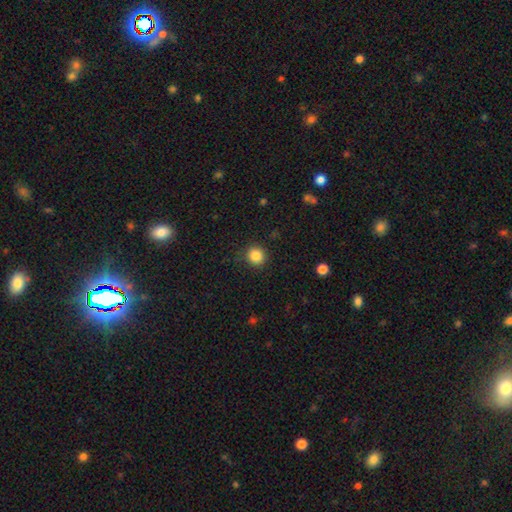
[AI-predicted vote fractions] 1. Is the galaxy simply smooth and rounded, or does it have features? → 85% smooth, 11% star or artifact, 4% featured or disk.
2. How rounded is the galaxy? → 89% round, 10% in between, 1% cigar-shaped.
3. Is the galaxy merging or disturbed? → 89% none, 8% minor disturbance, 3% major disturbance, 1% merger.